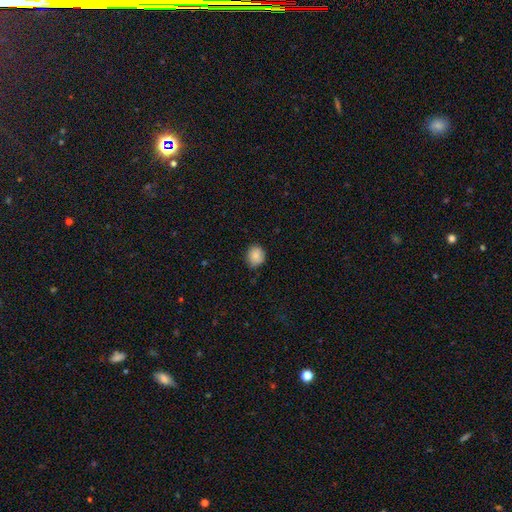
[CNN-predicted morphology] Smooth or featured?
  - smooth: 86% *
  - star or artifact: 8%
  - featured or disk: 5%
How rounded?
  - round: 78% *
  - in between: 21%
  - cigar-shaped: 1%
Merging?
  - none: 77% *
  - minor disturbance: 19%
  - major disturbance: 3%
  - merger: 1%